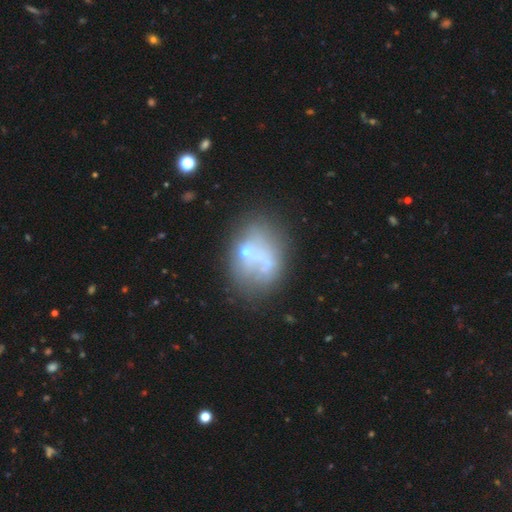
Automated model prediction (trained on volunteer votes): featured or disk 47%, smooth 38%, star or artifact 16%. Down the decision tree: merging — none (44%).